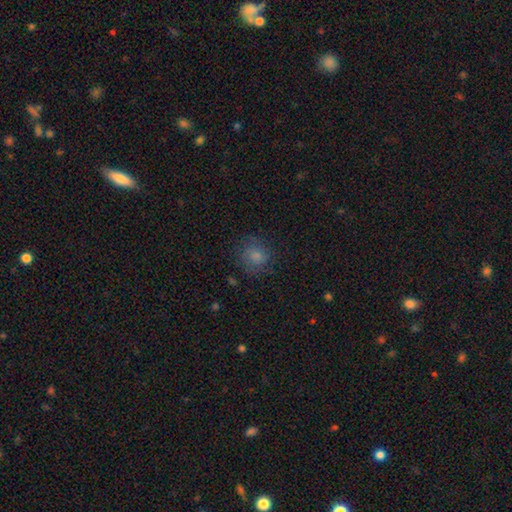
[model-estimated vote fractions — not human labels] Smooth or featured?
  - smooth: 77% *
  - featured or disk: 12%
  - star or artifact: 11%
How rounded?
  - round: 84% *
  - in between: 15%
  - cigar-shaped: 1%
Merging?
  - none: 77% *
  - minor disturbance: 15%
  - major disturbance: 7%
  - merger: 1%